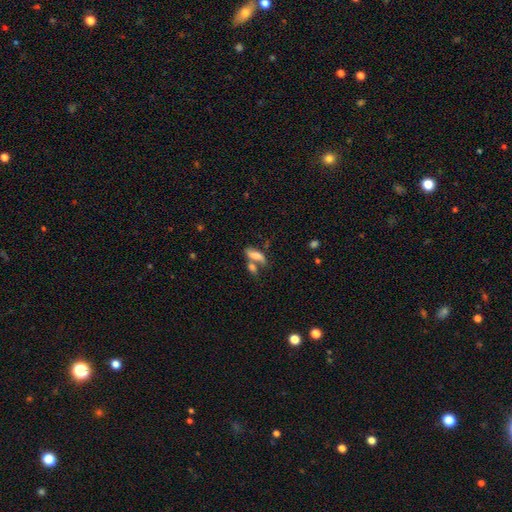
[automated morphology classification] Overall: smooth (70%). How rounded: in between (68%; cigar-shaped 28%). Merging: merger (41%; none 36%).